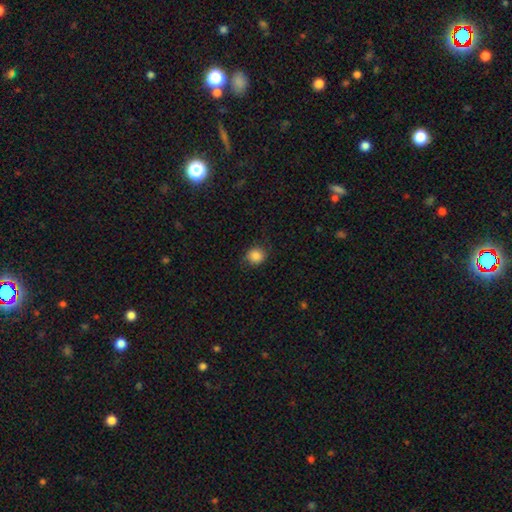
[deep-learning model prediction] Smooth or featured? smooth (85%)
How rounded? round (87%)
Merging? none (83%)